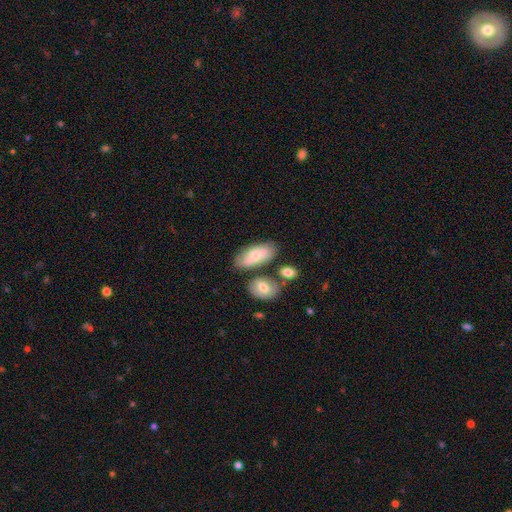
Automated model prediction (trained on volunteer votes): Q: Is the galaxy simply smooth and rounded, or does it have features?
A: smooth — 64%.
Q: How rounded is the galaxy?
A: in between — 90%.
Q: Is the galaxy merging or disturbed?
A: none — 59%.